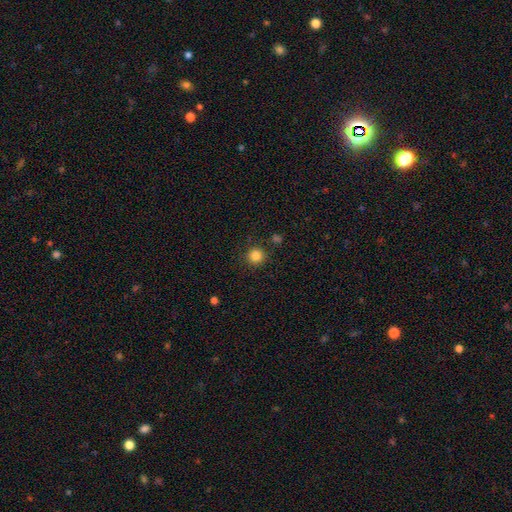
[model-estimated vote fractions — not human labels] smooth_or_featured: smooth (p=0.85) [alt: star or artifact p=0.11]
how_rounded: round (p=0.94) [alt: in between p=0.05]
merging: none (p=0.88) [alt: minor disturbance p=0.07]